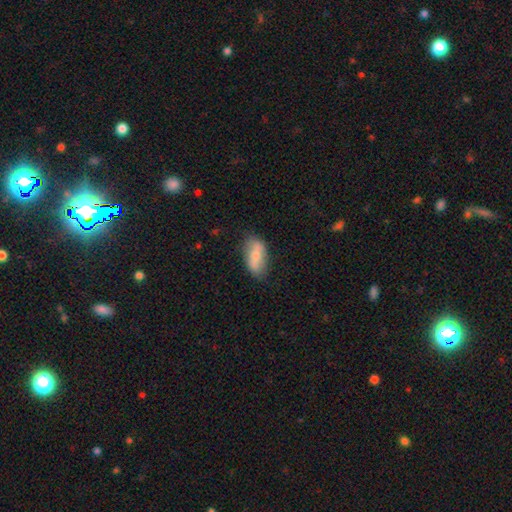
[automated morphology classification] This appears to be a smooth galaxy with no disk features (70%) that is in between round and cigar-shaped (86%). Merging: none (71%).